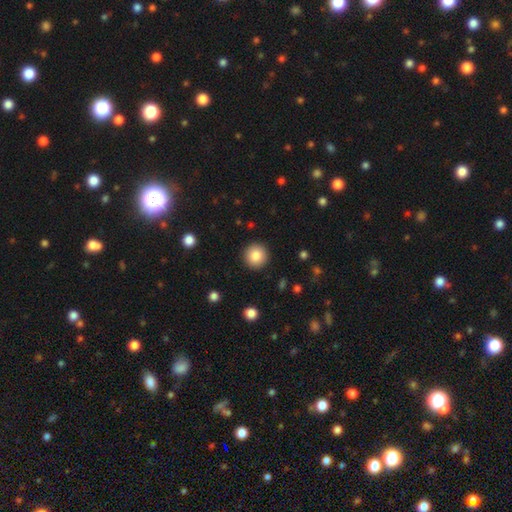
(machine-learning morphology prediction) Smooth or featured: smooth — 84% (star or artifact — 9%)
How rounded: round — 95% (in between — 4%)
Merging: none — 92% (minor disturbance — 5%)